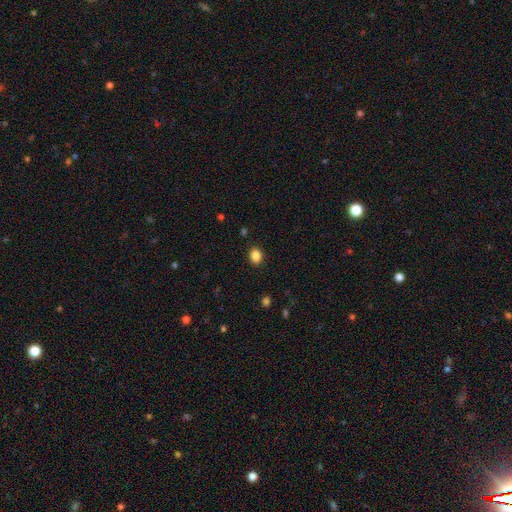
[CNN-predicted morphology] Smooth or featured?
  - smooth: 86% *
  - star or artifact: 10%
  - featured or disk: 4%
How rounded?
  - round: 50% *
  - in between: 49%
  - cigar-shaped: 1%
Merging?
  - none: 89% *
  - minor disturbance: 7%
  - major disturbance: 2%
  - merger: 1%